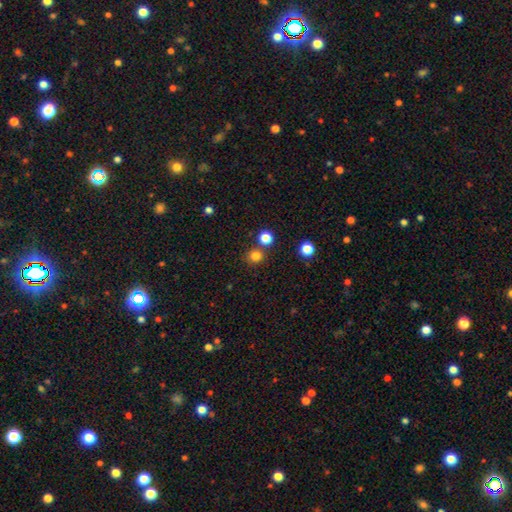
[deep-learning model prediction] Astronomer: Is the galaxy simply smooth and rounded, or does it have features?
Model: smooth — 80%.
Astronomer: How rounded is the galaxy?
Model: round — 90%.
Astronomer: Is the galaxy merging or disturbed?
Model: none — 79%.